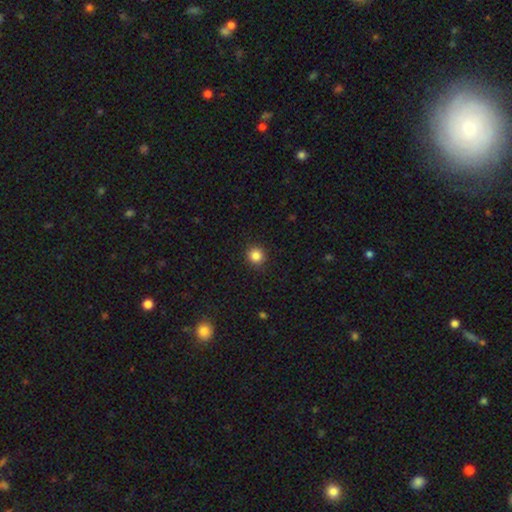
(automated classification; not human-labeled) Smooth or featured? Predicted: smooth (p=0.85). How rounded? Predicted: round (p=0.92). Merging? Predicted: none (p=0.91).